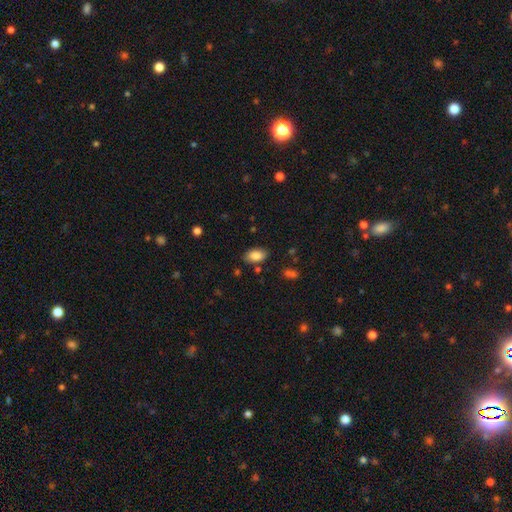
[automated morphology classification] smooth-or-featured: smooth: 86% | star or artifact: 8% | featured or disk: 7%
  how-rounded: in between: 92% | round: 7% | cigar-shaped: 2%
  merging: none: 83% | minor disturbance: 12% | major disturbance: 3% | merger: 2%